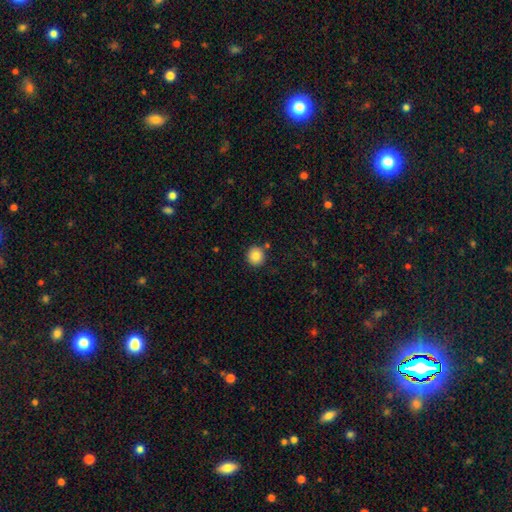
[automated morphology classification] This is clearly a smooth galaxy (84%). How rounded: clearly round (93%). Merging: clearly none (87%).